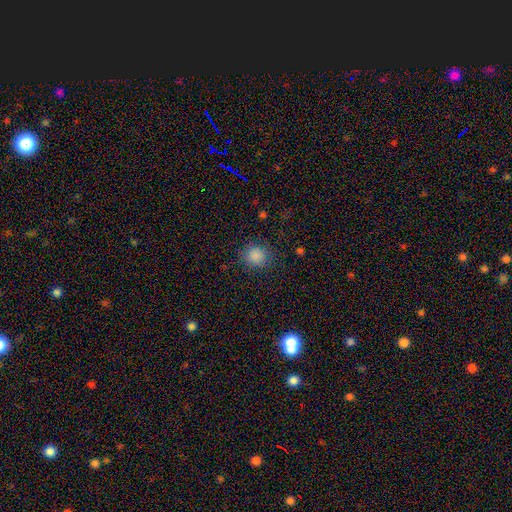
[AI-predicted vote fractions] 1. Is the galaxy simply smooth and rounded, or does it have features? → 85% smooth, 11% star or artifact, 4% featured or disk.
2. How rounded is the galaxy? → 85% round, 14% in between, 1% cigar-shaped.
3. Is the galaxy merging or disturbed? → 85% none, 10% minor disturbance, 4% major disturbance, 1% merger.